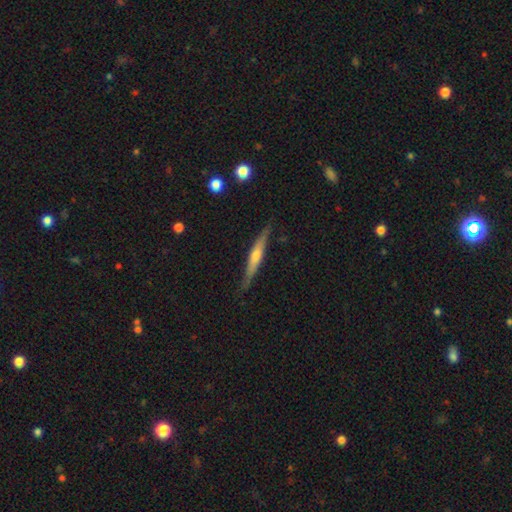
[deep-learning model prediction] smooth_or_featured: featured or disk (p=0.65) [alt: smooth p=0.29]
disk_edge_on: yes (p=0.96) [alt: no p=0.04]
edge_on_bulge: rounded (p=0.74) [alt: none p=0.18]
merging: none (p=0.85) [alt: minor disturbance p=0.12]